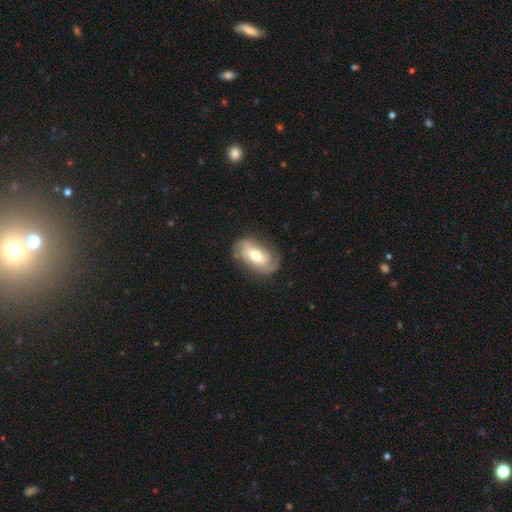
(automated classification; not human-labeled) Morphology: type=featured or disk (51%); edge-on=no (93%); merging=none (75%).